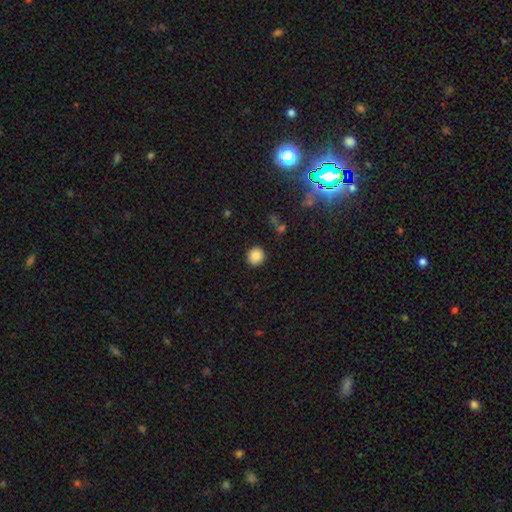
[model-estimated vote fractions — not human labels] Smooth or featured?
  - smooth: 87% *
  - star or artifact: 9%
  - featured or disk: 4%
How rounded?
  - round: 92% *
  - in between: 7%
  - cigar-shaped: 1%
Merging?
  - none: 90% *
  - minor disturbance: 6%
  - major disturbance: 2%
  - merger: 1%